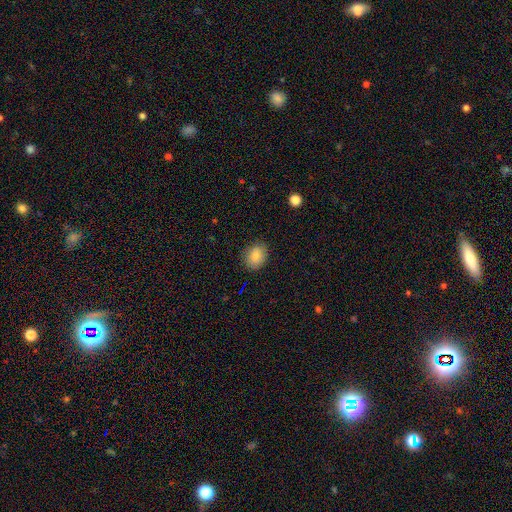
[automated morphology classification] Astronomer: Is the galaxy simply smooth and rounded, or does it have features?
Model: smooth — 81%.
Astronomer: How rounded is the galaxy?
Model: in between — 54% (runner-up: round, 45%).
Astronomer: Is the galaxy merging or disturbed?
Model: none — 79%.